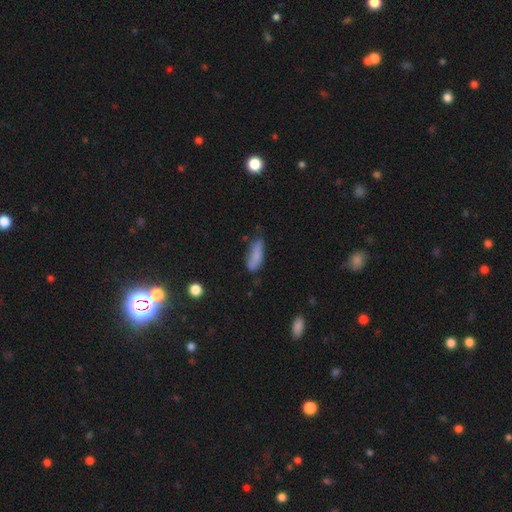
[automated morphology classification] Q: Smooth or featured?
A: smooth (77%); runner-up: featured or disk (15%)
Q: How rounded?
A: in between (59%); runner-up: cigar-shaped (39%)
Q: Merging?
A: none (51%); runner-up: minor disturbance (34%)